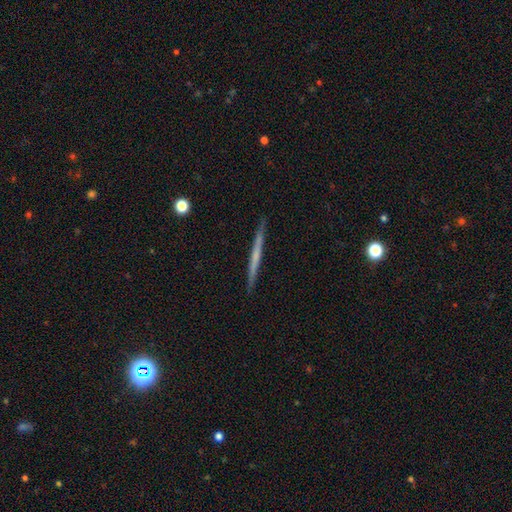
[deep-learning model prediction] A featured or disk galaxy (53%) viewed edge-on (98%) with no central bulge (86%).

Vote fractions:
- Smooth or featured? featured or disk: 53% / smooth: 41% / star or artifact: 6%
- Edge-on disk? yes: 98% / no: 2%
- Edge-on bulge? none: 86% / rounded: 9% / boxy: 5%
- Merging? none: 91% / minor disturbance: 6% / major disturbance: 1% / merger: 1%